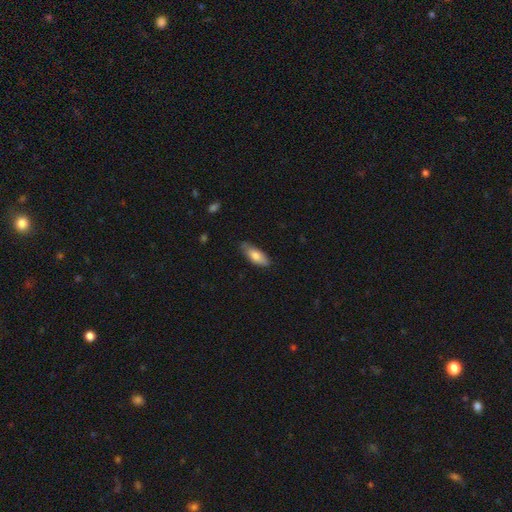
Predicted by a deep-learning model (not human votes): Q: Smooth or featured?
A: smooth (78%); runner-up: featured or disk (16%)
Q: How rounded?
A: in between (78%); runner-up: cigar-shaped (20%)
Q: Merging?
A: none (76%); runner-up: minor disturbance (20%)